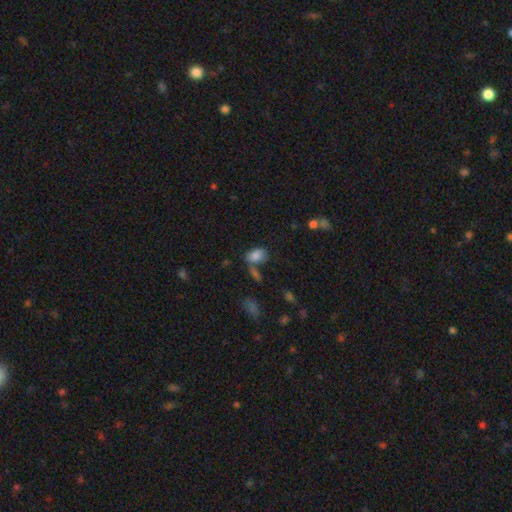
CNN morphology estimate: smooth 82%, star or artifact 10%, featured or disk 7%. Down the decision tree: how rounded — in between (86%); merging — none (52%).